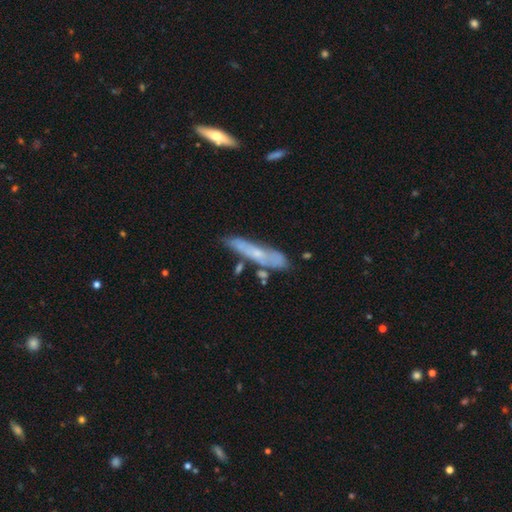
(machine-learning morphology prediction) Smooth or featured: featured or disk — 53% (smooth — 36%)
Edge-on disk: yes — 66% (no — 34%)
Merging: none — 69% (minor disturbance — 18%)